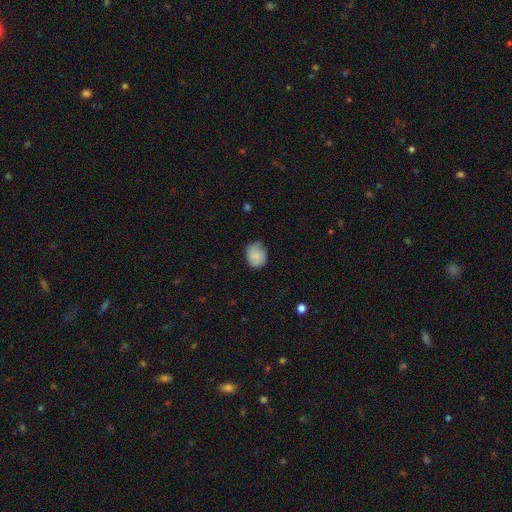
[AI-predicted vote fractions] Smooth or featured: smooth — 75% (featured or disk — 17%)
How rounded: round — 61% (in between — 38%)
Merging: none — 64% (minor disturbance — 30%)